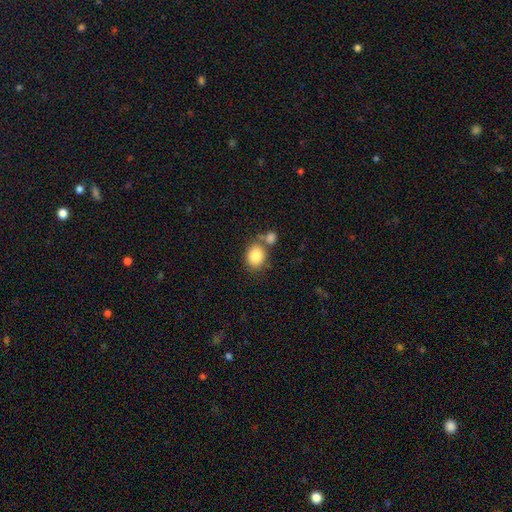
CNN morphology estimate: This is clearly a smooth galaxy (84%). How rounded: possibly round (57%). Merging: possibly none (58%).